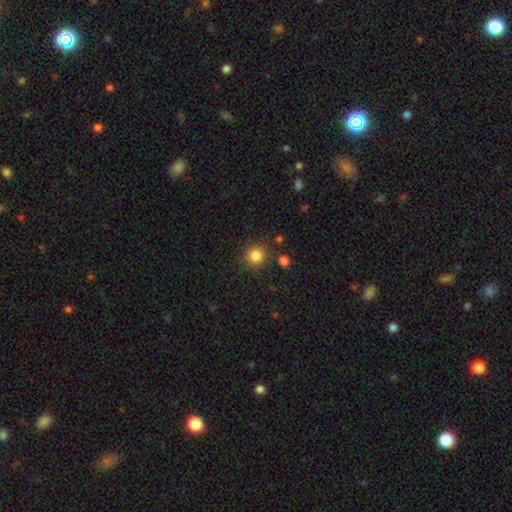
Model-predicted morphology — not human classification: A smooth galaxy with no disk features (85%) that is round (93%). Merging: none (85%).